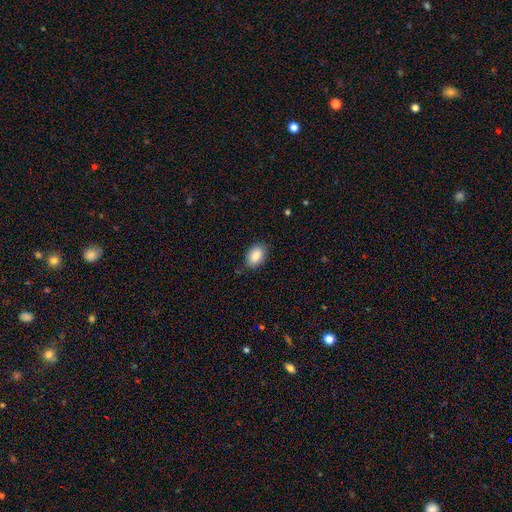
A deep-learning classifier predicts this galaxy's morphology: This is clearly a smooth galaxy (86%). How rounded: clearly in between (87%). Merging: clearly none (82%).